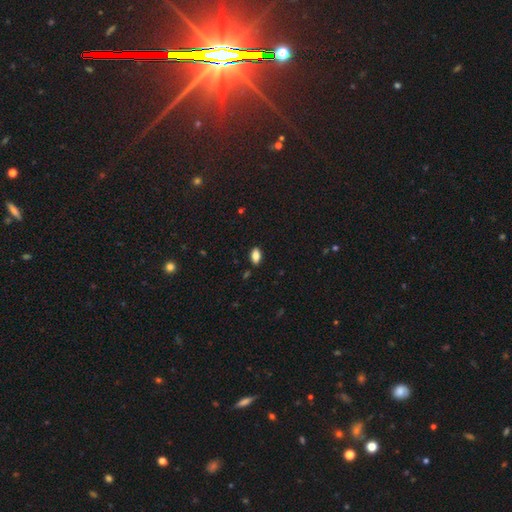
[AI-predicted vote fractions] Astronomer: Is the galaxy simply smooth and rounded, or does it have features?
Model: smooth — 83%.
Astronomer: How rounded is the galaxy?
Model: in between — 90%.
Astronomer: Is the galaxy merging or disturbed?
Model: none — 87%.